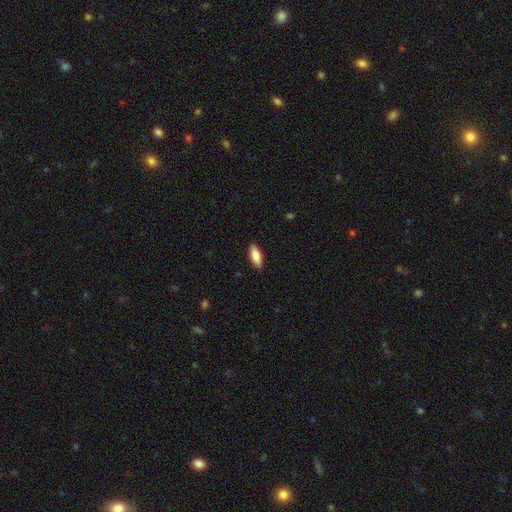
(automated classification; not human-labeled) Morphology: type=smooth (81%); roundness=in between (73%); merging=none (89%).